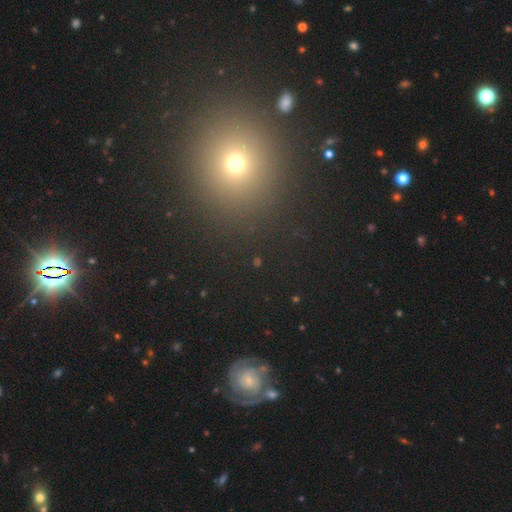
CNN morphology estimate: Overall: smooth (48%; star or artifact 42%). Merging: none (90%).